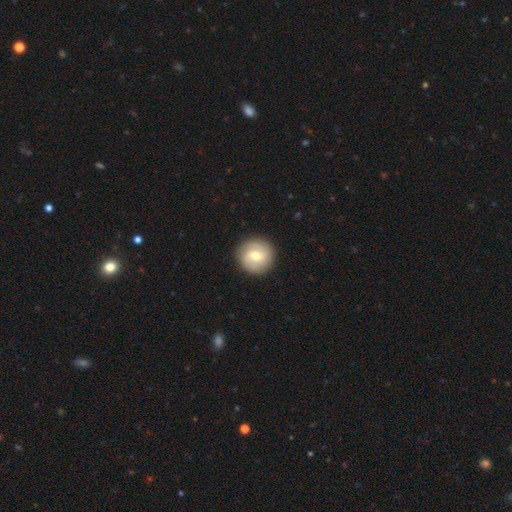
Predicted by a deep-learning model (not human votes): A smooth galaxy with no disk features (54%) that is round (95%). Merging: none (90%).